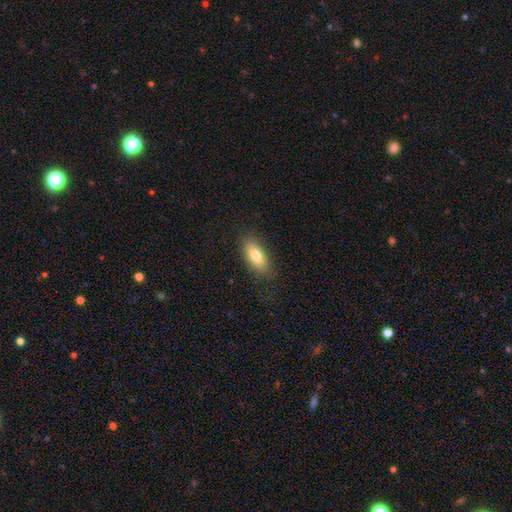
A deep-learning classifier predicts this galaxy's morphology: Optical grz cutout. It shows a smooth galaxy with no disk features (76%) that is in between round and cigar-shaped (82%). Merging: none (82%).